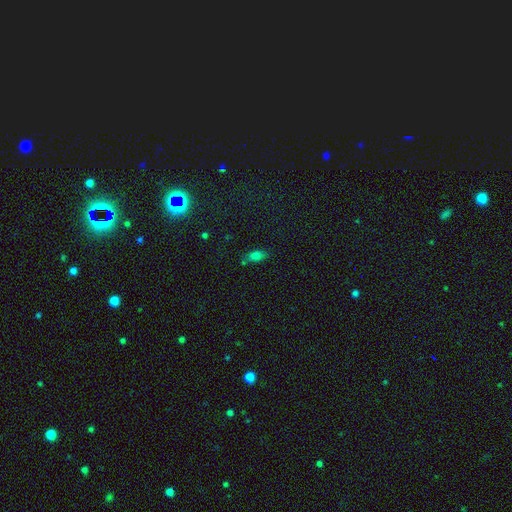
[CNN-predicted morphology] smooth_or_featured: smooth (p=0.72) [alt: star or artifact p=0.16]
how_rounded: in between (p=0.82) [alt: round p=0.09]
merging: none (p=0.64) [alt: minor disturbance p=0.20]